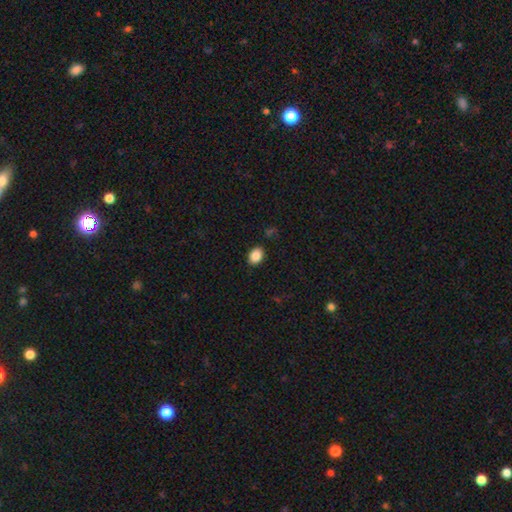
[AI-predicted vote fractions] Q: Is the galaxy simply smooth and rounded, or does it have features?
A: smooth — 87%.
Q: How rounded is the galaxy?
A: in between — 70%.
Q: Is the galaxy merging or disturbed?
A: none — 88%.